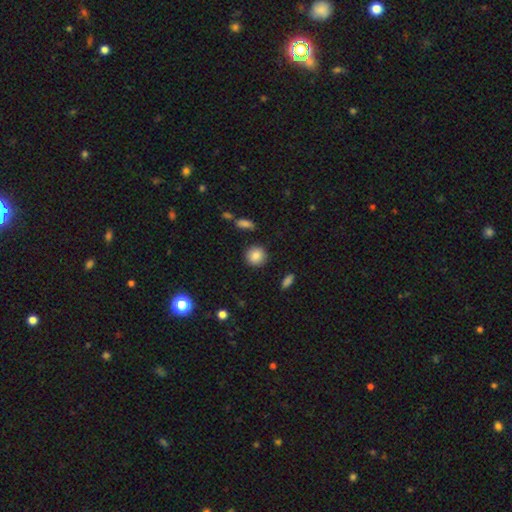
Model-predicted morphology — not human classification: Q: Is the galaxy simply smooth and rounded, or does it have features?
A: smooth — 86%.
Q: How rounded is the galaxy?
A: round — 88%.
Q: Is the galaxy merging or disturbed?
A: none — 88%.